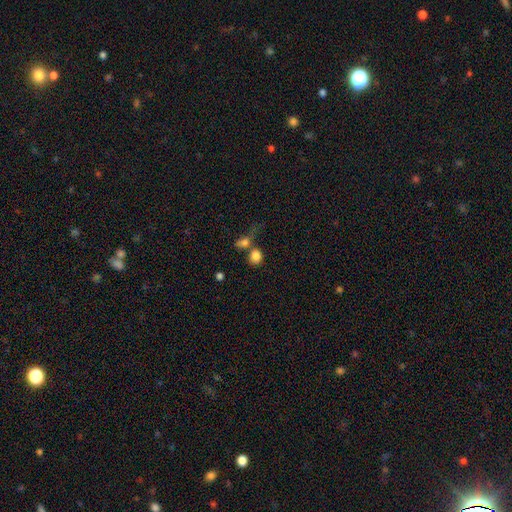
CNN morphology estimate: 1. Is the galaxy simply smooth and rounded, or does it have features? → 83% smooth, 10% star or artifact, 7% featured or disk.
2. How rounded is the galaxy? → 65% round, 34% in between, 2% cigar-shaped.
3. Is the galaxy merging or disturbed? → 41% none, 39% merger, 11% minor disturbance, 8% major disturbance.